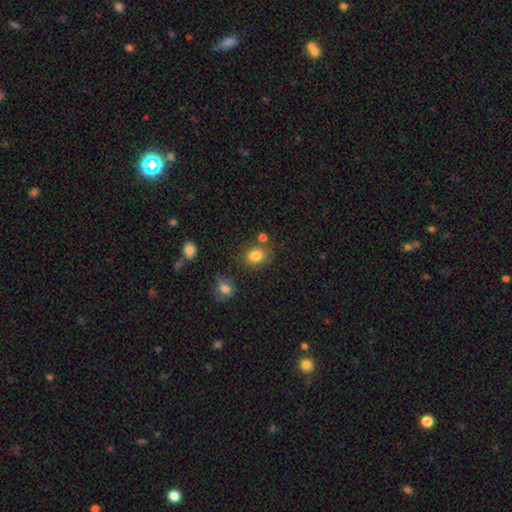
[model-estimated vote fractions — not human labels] Morphology: type=smooth (81%); roundness=round (52%); merging=none (74%).